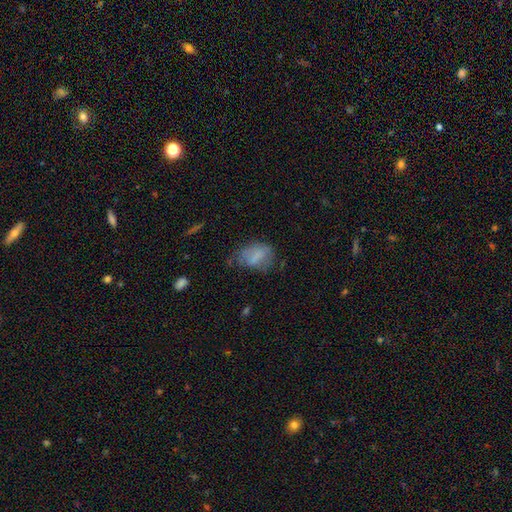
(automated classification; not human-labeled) This appears to be a smooth galaxy with no disk features (65%) that is in between round and cigar-shaped (82%). Merging: none (44%).